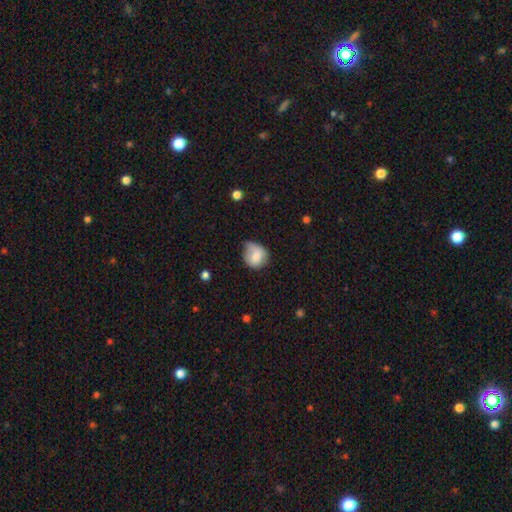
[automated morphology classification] smooth 78%, featured or disk 14%, star or artifact 8%. Down the decision tree: how rounded — round (70%); merging — minor disturbance (43%).